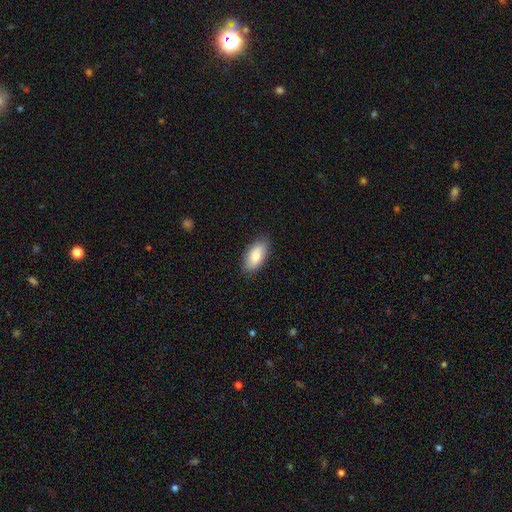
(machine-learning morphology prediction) A smooth galaxy with no disk features (82%) that is in between round and cigar-shaped (91%).

Vote fractions:
- Smooth or featured? smooth: 82% / featured or disk: 12% / star or artifact: 6%
- How rounded? in between: 91% / cigar-shaped: 6% / round: 3%
- Merging? none: 86% / minor disturbance: 11% / major disturbance: 2% / merger: 1%